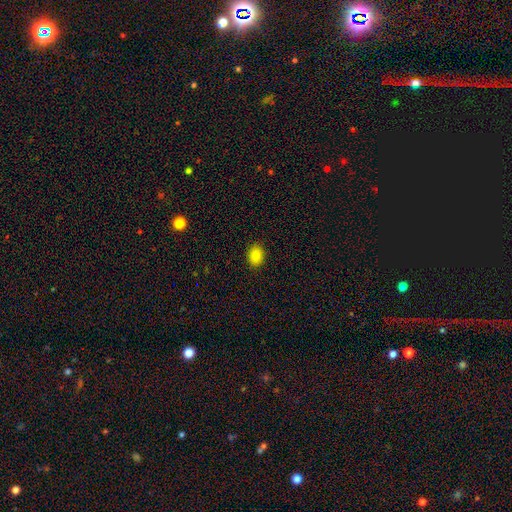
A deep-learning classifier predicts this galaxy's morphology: smooth_or_featured: smooth (p=0.86) [alt: star or artifact p=0.10]
how_rounded: in between (p=0.70) [alt: round p=0.29]
merging: none (p=0.89) [alt: minor disturbance p=0.08]